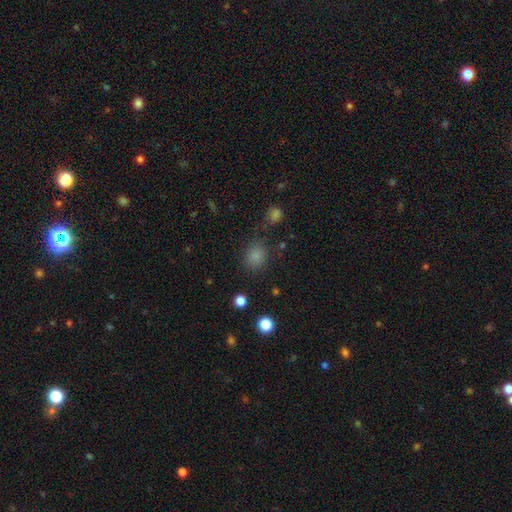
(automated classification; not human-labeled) smooth 82%, star or artifact 14%, featured or disk 5%. Down the decision tree: how rounded — round (64%); merging — none (79%).